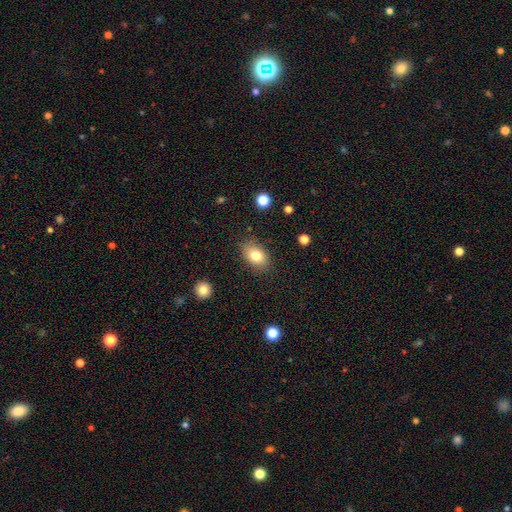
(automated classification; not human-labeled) This appears to be a smooth galaxy with no disk features (79%) that is in between round and cigar-shaped (79%). Merging: none (83%).